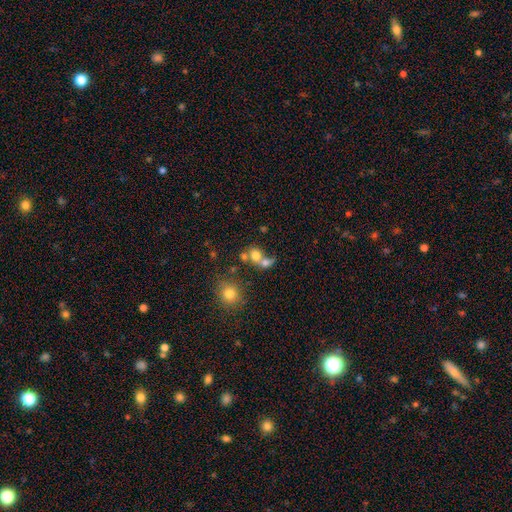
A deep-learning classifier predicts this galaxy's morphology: This is likely a smooth galaxy (70%). How rounded: likely round (71%). Merging: possibly merger (57%).